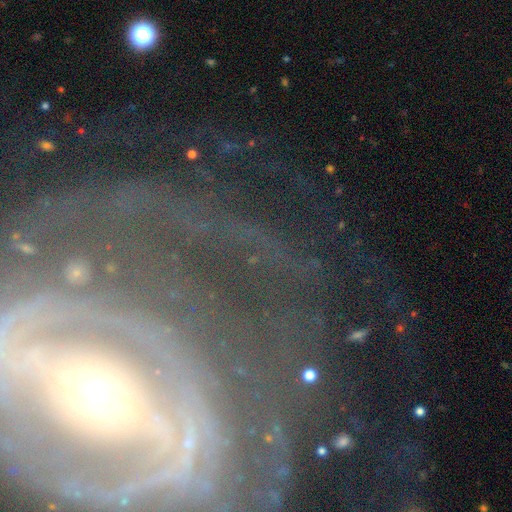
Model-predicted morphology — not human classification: Smooth or featured: featured or disk — 67% (star or artifact — 21%)
Edge-on disk: no — 89% (yes — 11%)
Bar: strong — 39% (no — 33%)
Spiral arms: yes — 88% (no — 12%)
Spiral winding: tight — 61% (medium — 28%)
Spiral arm count: 2 — 29% (can't tell — 23%)
Bulge size: small — 54% (moderate — 34%)
Merging: none — 71% (minor disturbance — 14%)